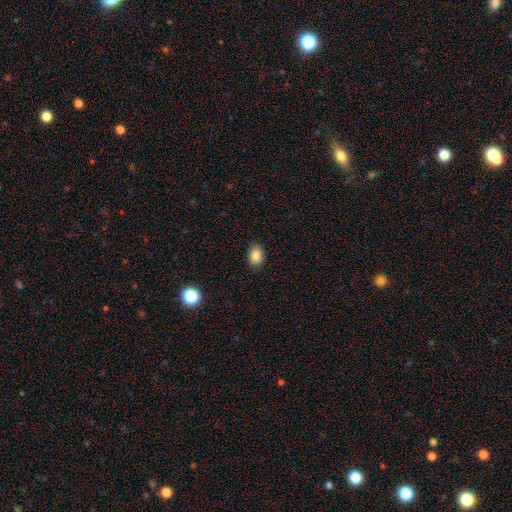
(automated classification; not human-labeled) The model was most divided on "how rounded": in between: 76%, round: 23%, cigar-shaped: 1%. More confident: merging — none (88%); smooth or featured — smooth (85%).